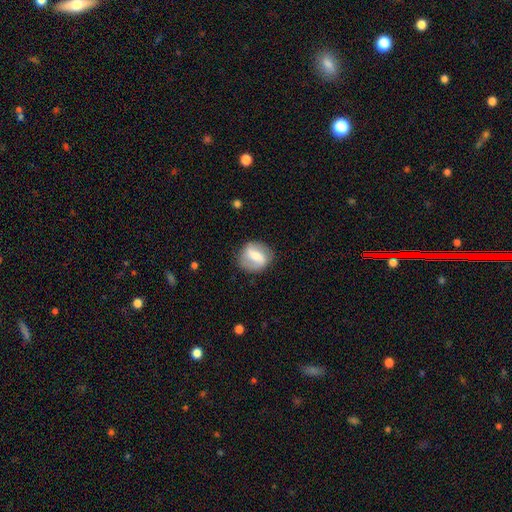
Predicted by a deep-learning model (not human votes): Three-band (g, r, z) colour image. It shows a featured or disk galaxy (53%). Merging: none (80%).